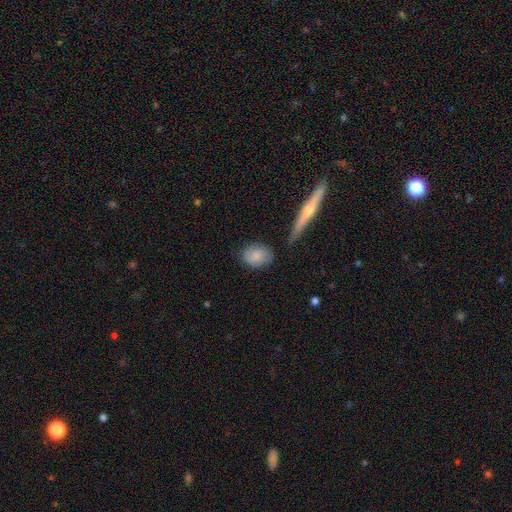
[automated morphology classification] smooth 78%, featured or disk 15%, star or artifact 7%. Down the decision tree: how rounded — in between (57%); merging — none (77%).